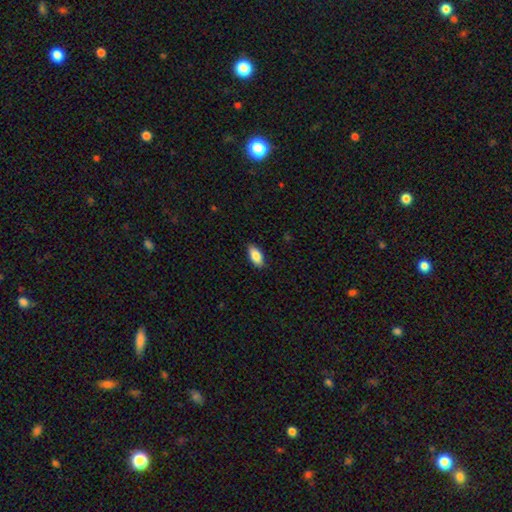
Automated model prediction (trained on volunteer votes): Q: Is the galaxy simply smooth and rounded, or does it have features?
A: smooth — 85%.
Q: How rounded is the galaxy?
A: in between — 89%.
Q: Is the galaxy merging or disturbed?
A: none — 87%.